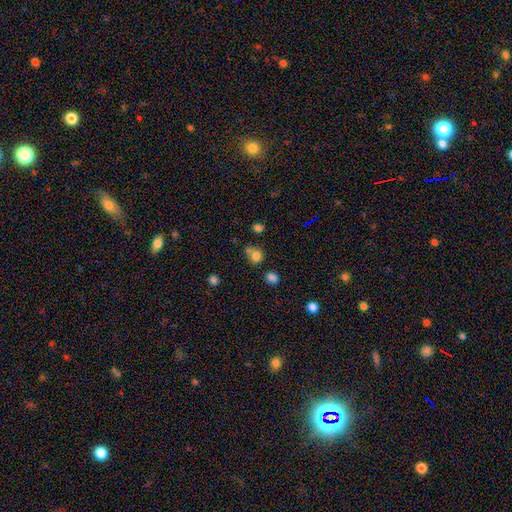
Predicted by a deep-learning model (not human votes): Smooth or featured? smooth (77%)
How rounded? round (78%)
Merging? none (55%)